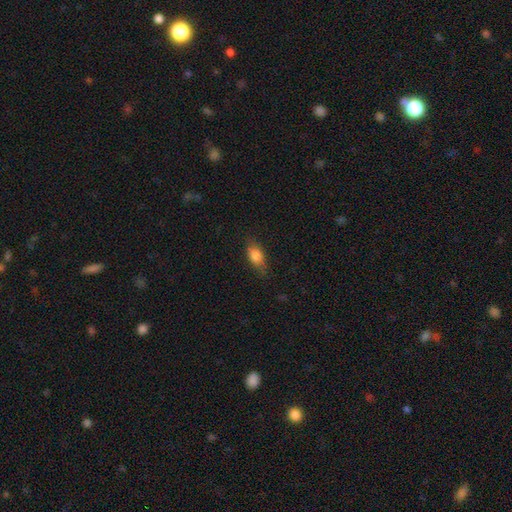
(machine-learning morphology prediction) Q: Smooth or featured?
A: smooth (78%); runner-up: featured or disk (14%)
Q: How rounded?
A: in between (80%); runner-up: cigar-shaped (13%)
Q: Merging?
A: none (75%); runner-up: minor disturbance (19%)